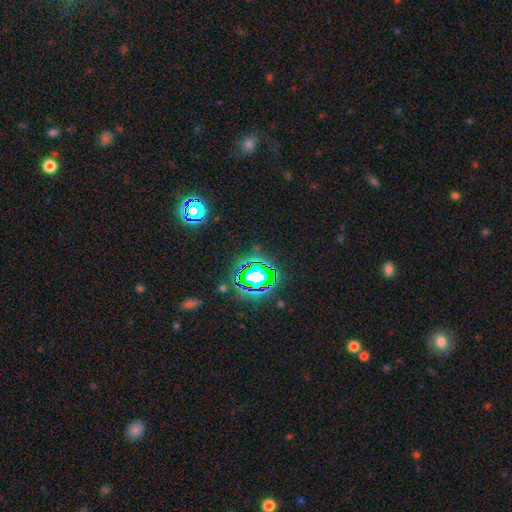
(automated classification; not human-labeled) Smooth or featured? star or artifact (79%)